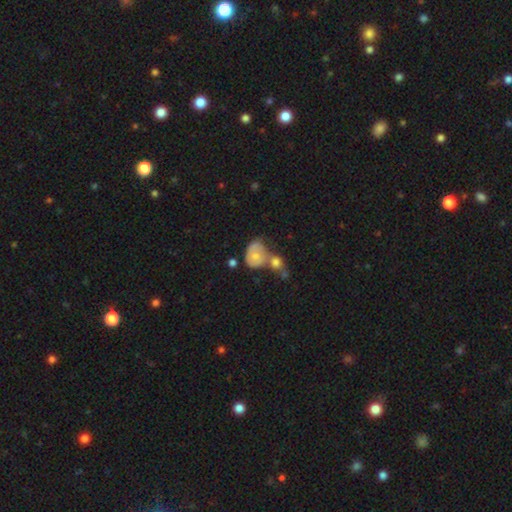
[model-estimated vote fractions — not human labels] smooth_or_featured: smooth (p=0.62) [alt: featured or disk p=0.29]
how_rounded: in between (p=0.50) [alt: round p=0.49]
merging: merger (p=0.52) [alt: none p=0.23]